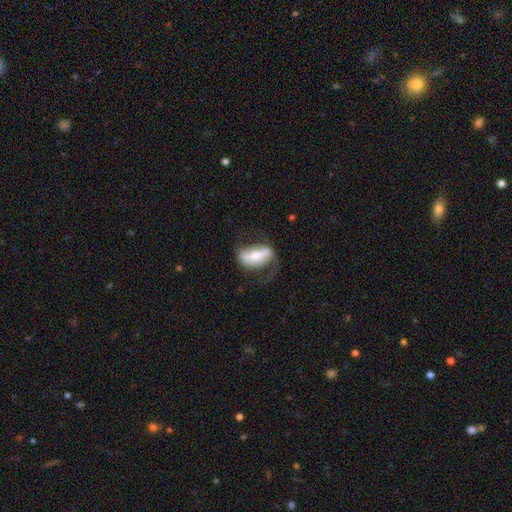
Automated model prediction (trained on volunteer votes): featured or disk 64%, smooth 30%, star or artifact 6%. Down the decision tree: edge-on disk — no (83%); bar — strong (56%); spiral arms — yes (60%); bulge size — moderate (65%); merging — none (51%).